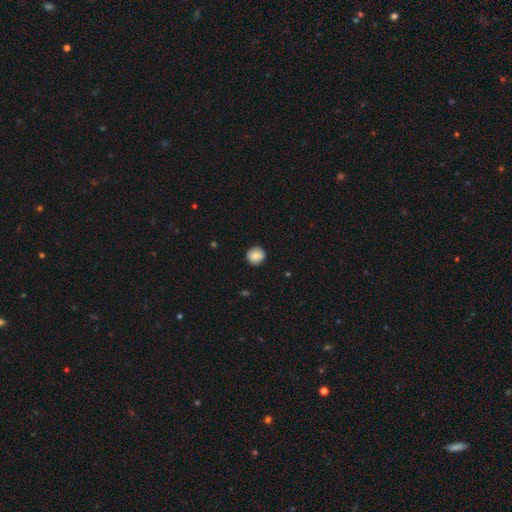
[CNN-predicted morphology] Smooth or featured? smooth (85%)
How rounded? round (90%)
Merging? none (88%)